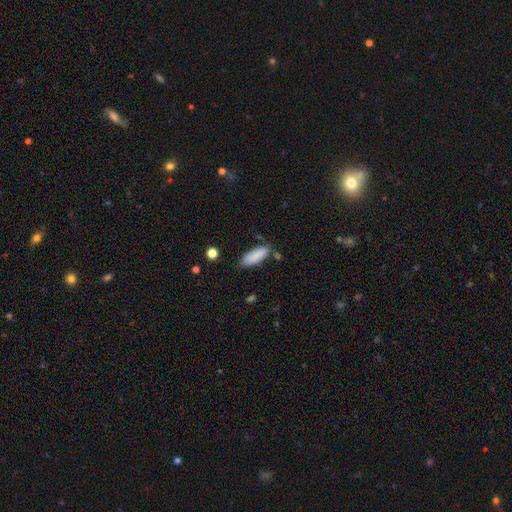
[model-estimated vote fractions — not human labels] smooth_or_featured: smooth (p=0.86) [alt: featured or disk p=0.08]
how_rounded: in between (p=0.67) [alt: cigar-shaped p=0.32]
merging: none (p=0.73) [alt: minor disturbance p=0.19]